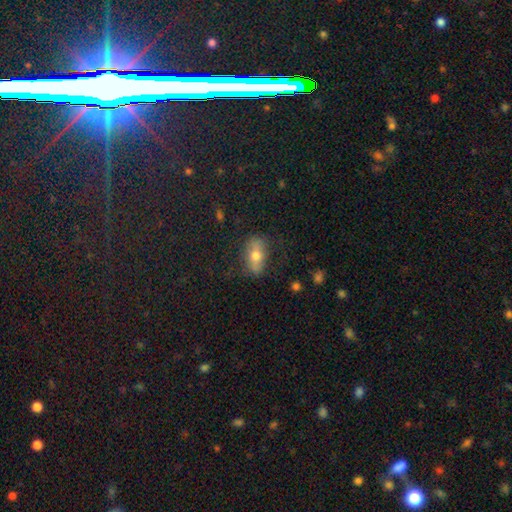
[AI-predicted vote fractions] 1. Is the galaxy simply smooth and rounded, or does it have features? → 59% smooth, 32% featured or disk, 9% star or artifact.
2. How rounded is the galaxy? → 82% in between, 9% cigar-shaped, 9% round.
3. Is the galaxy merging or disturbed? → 76% none, 16% minor disturbance, 6% major disturbance, 2% merger.